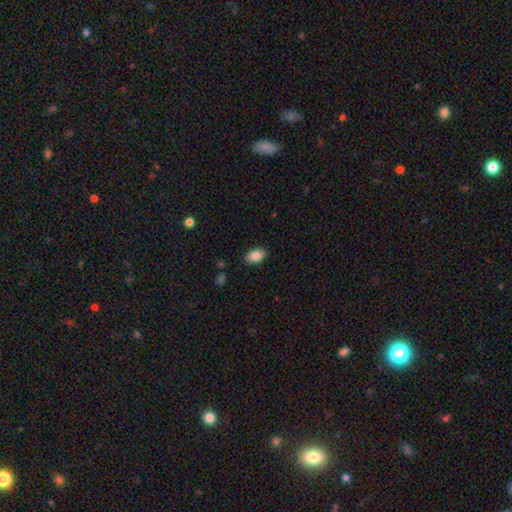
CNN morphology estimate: A smooth galaxy with no disk features (86%) that is in between round and cigar-shaped (90%). Merging: none (86%).